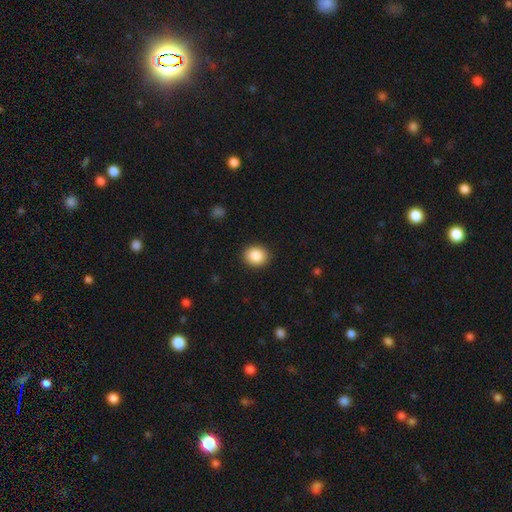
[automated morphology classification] smooth 88%, star or artifact 8%, featured or disk 4%. Down the decision tree: how rounded — round (73%); merging — none (91%).